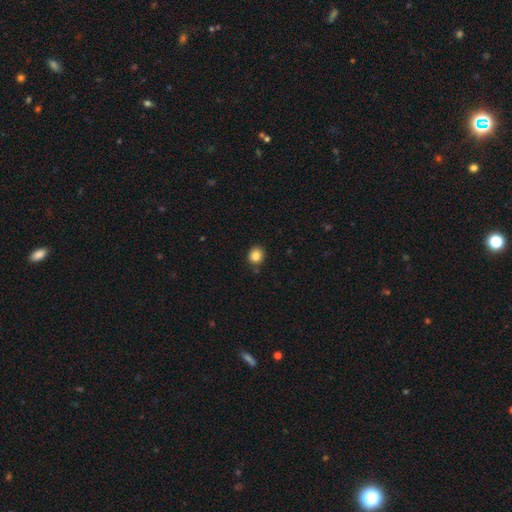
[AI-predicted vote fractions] This appears to be a smooth galaxy with no disk features (86%) that is round (79%). Merging: none (86%).